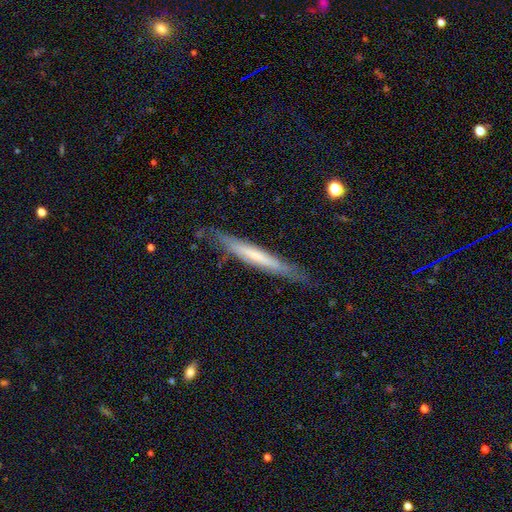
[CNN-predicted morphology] featured or disk 52%, smooth 42%, star or artifact 6%. Down the decision tree: edge-on disk — yes (89%); merging — none (80%).